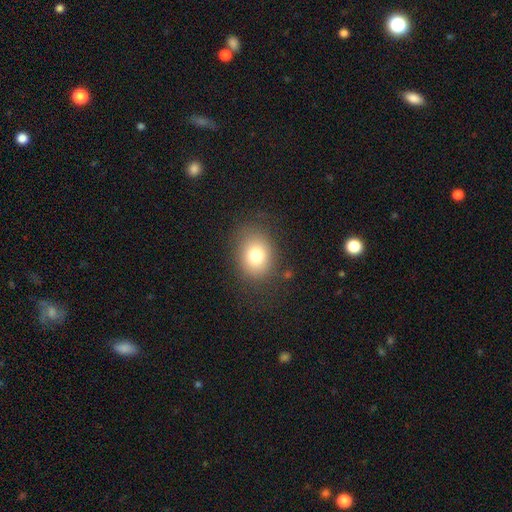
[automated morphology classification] Overall: smooth (76%). How rounded: round (53%; in between 46%). Merging: none (80%).